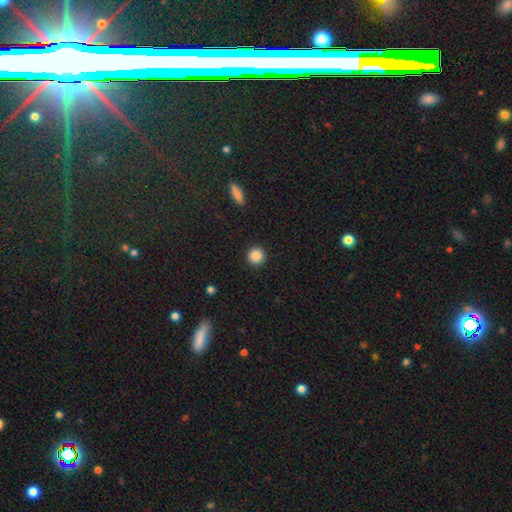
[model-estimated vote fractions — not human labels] A smooth galaxy with no disk features (87%) that is round (95%).

Vote fractions:
- Smooth or featured? smooth: 87% / star or artifact: 10% / featured or disk: 3%
- How rounded? round: 95% / in between: 4% / cigar-shaped: 1%
- Merging? none: 93% / minor disturbance: 5% / major disturbance: 2% / merger: 1%